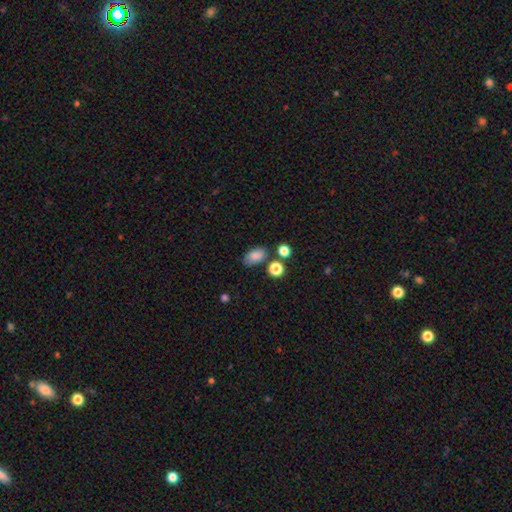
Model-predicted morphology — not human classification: smooth 84%, star or artifact 9%, featured or disk 6%. Down the decision tree: how rounded — in between (88%); merging — none (73%).